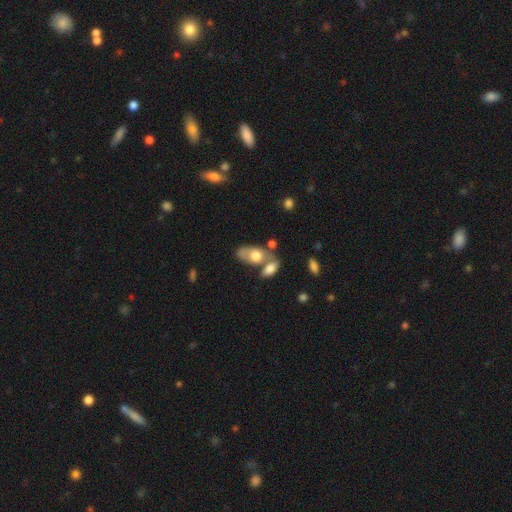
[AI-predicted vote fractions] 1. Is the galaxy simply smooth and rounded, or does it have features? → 66% smooth, 27% featured or disk, 7% star or artifact.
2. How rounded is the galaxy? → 88% in between, 8% round, 3% cigar-shaped.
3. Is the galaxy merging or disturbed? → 46% merger, 30% none, 15% minor disturbance, 9% major disturbance.